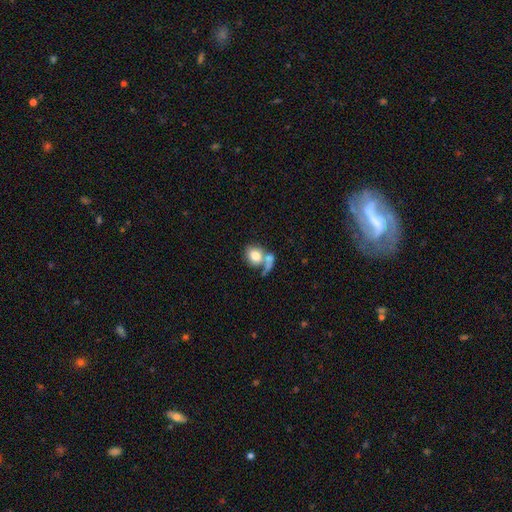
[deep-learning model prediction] Smooth or featured? smooth (73%)
How rounded? round (56%)
Merging? merger (47%)